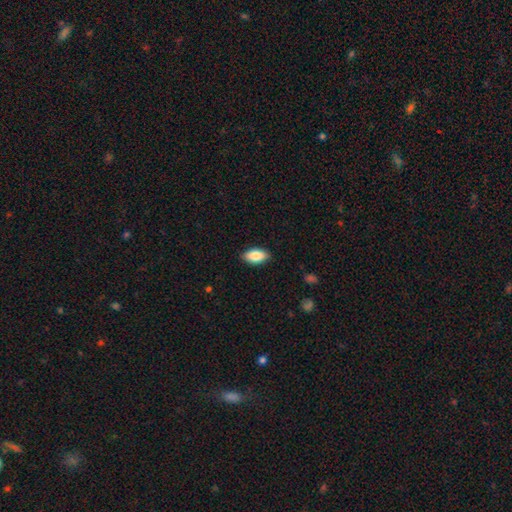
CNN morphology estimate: A smooth galaxy with no disk features (86%) that is in between round and cigar-shaped (93%).

Vote fractions:
- Smooth or featured? smooth: 86% / featured or disk: 7% / star or artifact: 6%
- How rounded? in between: 93% / cigar-shaped: 4% / round: 3%
- Merging? none: 88% / minor disturbance: 9% / major disturbance: 2% / merger: 1%